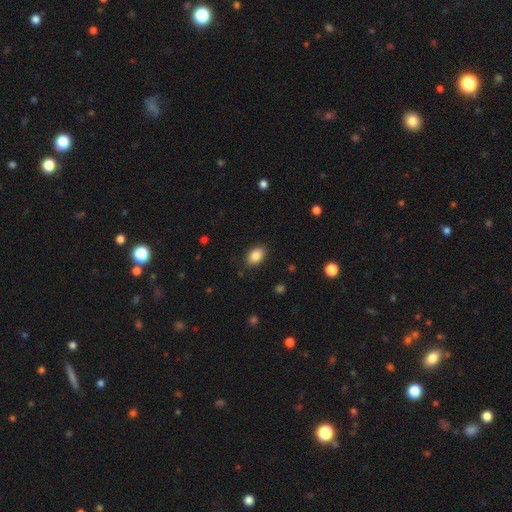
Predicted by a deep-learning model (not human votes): This appears to be a smooth galaxy with no disk features (86%) that is in between round and cigar-shaped (86%). Merging: none (87%).